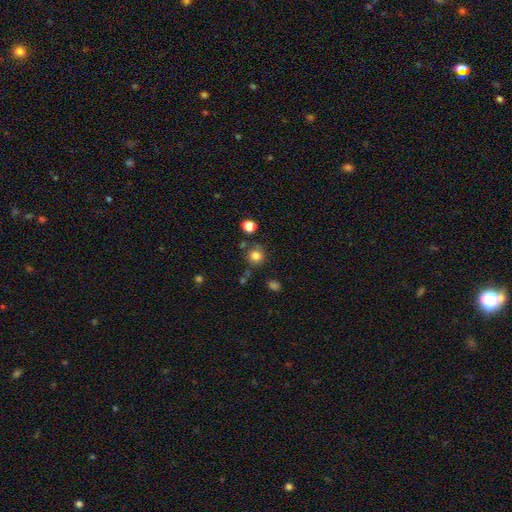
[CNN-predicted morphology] Smooth or featured? smooth (81%)
How rounded? round (90%)
Merging? none (79%)